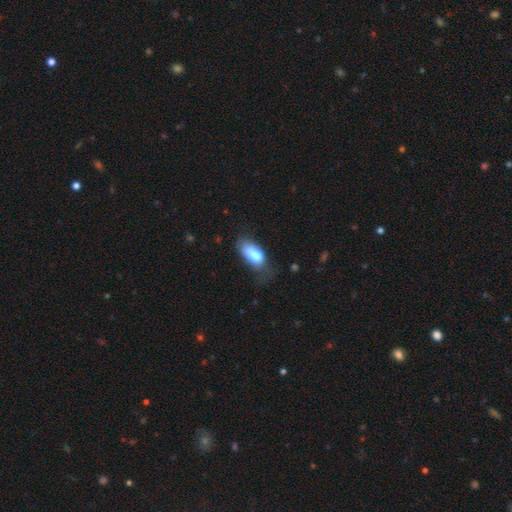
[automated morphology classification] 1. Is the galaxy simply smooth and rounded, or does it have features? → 77% smooth, 16% featured or disk, 8% star or artifact.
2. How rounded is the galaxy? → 89% in between, 7% cigar-shaped, 3% round.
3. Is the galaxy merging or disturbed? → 36% none, 35% minor disturbance, 25% major disturbance, 4% merger.